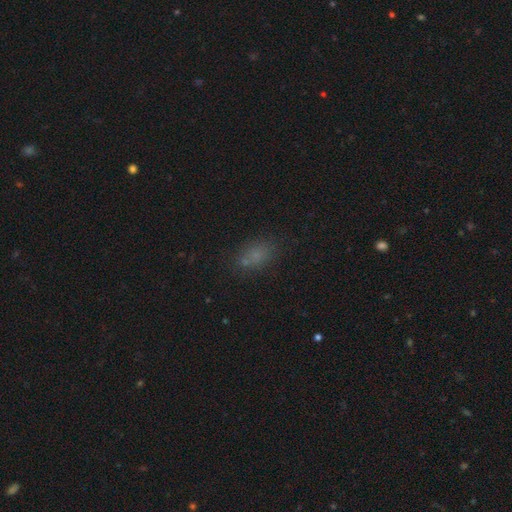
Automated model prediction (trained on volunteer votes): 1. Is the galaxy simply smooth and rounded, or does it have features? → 71% smooth, 19% star or artifact, 10% featured or disk.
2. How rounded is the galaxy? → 79% in between, 18% round, 3% cigar-shaped.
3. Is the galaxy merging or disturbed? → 68% none, 16% minor disturbance, 9% merger, 6% major disturbance.